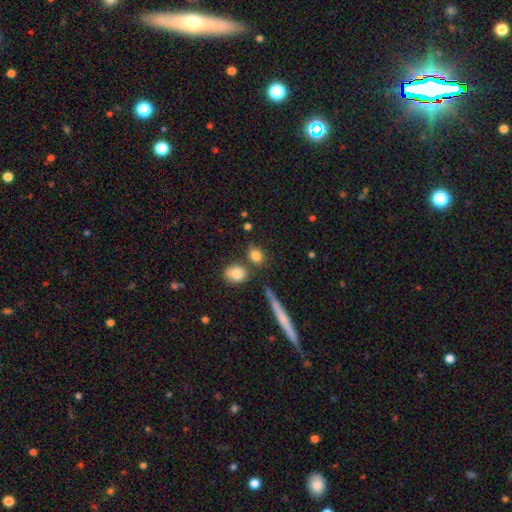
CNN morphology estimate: smooth-or-featured: smooth: 81% | star or artifact: 10% | featured or disk: 9%
  how-rounded: round: 46% (tied) | in between: 46% (tied) | cigar-shaped: 8%
  merging: none: 72% | minor disturbance: 12% | merger: 12% | major disturbance: 4%